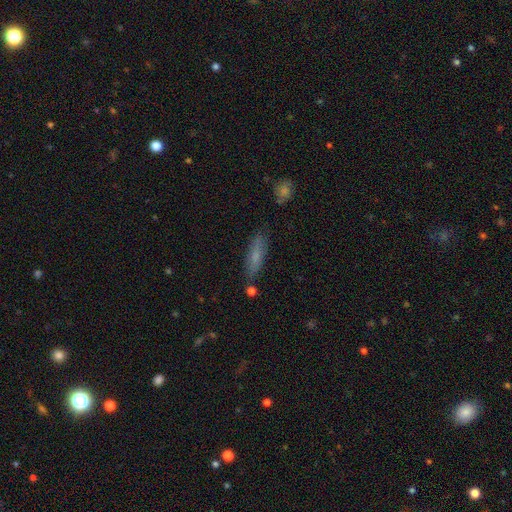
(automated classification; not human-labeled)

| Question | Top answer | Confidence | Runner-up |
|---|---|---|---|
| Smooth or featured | smooth | 65% | featured or disk (26%) |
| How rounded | cigar-shaped | 73% | in between (25%) |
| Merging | none | 81% | minor disturbance (13%) |